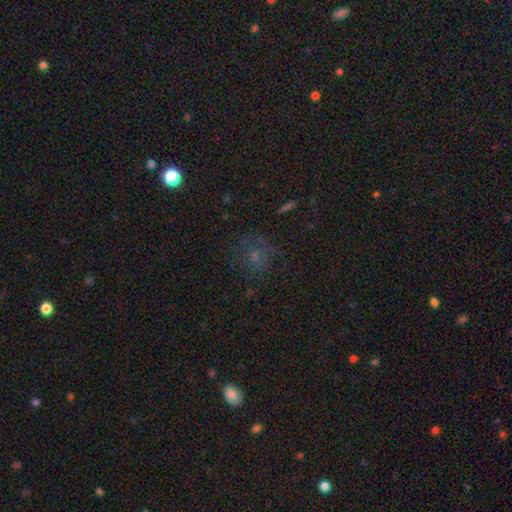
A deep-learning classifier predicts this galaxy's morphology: The model was most divided on "smooth or featured": smooth: 44%, star or artifact: 31%, featured or disk: 25%. More confident: merging — none (62%).